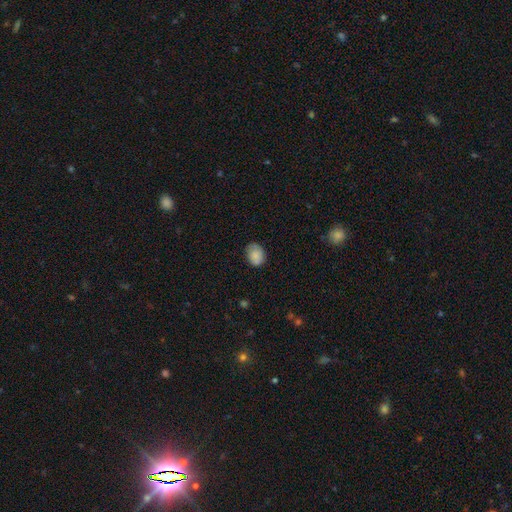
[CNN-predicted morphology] Overall: smooth (84%). How rounded: in between (60%; round 39%). Merging: none (72%).